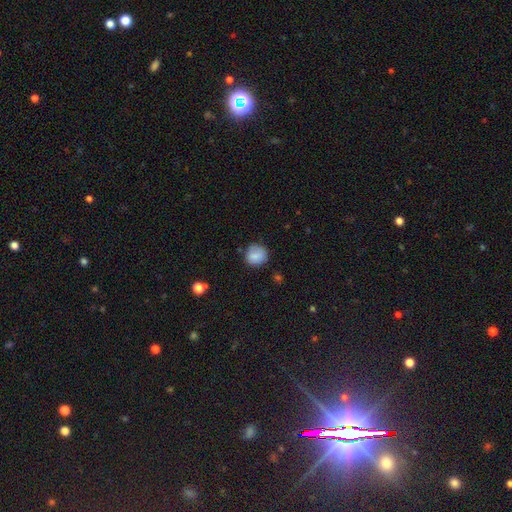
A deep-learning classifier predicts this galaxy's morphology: A smooth galaxy with no disk features (82%) that is round (88%).

Vote fractions:
- Smooth or featured? smooth: 82% / star or artifact: 9% / featured or disk: 9%
- How rounded? round: 88% / in between: 11% / cigar-shaped: 1%
- Merging? none: 78% / minor disturbance: 16% / major disturbance: 4% / merger: 2%